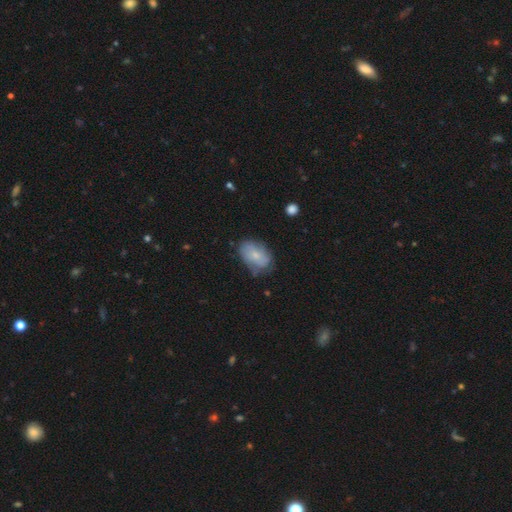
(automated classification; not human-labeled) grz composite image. It shows a smooth galaxy with no disk features (69%) that is in between round and cigar-shaped (86%). Merging: none (58%).